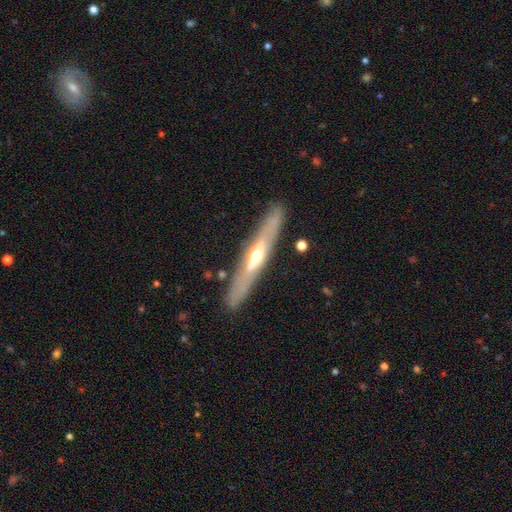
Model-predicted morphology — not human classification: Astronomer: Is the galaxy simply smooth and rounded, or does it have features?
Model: featured or disk — 69%.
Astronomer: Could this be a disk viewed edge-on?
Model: yes — 82%.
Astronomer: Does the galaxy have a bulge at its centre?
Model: rounded — 83%.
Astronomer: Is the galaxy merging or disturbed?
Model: none — 86%.